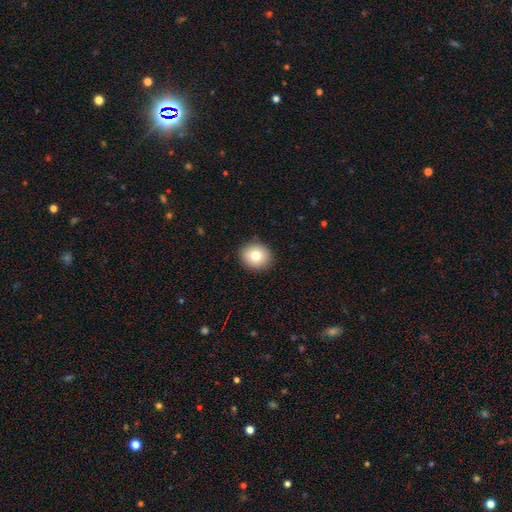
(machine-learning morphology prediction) This appears to be a smooth galaxy with no disk features (79%) that is round (79%). Merging: none (90%).